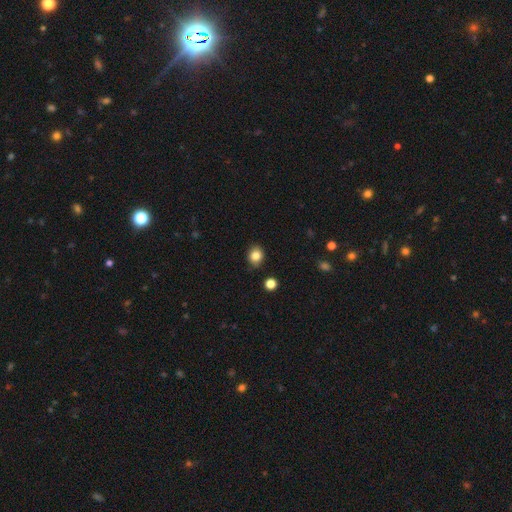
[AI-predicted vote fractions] smooth_or_featured: smooth (p=0.83) [alt: star or artifact p=0.11]
how_rounded: round (p=0.71) [alt: in between p=0.28]
merging: none (p=0.85) [alt: minor disturbance p=0.11]